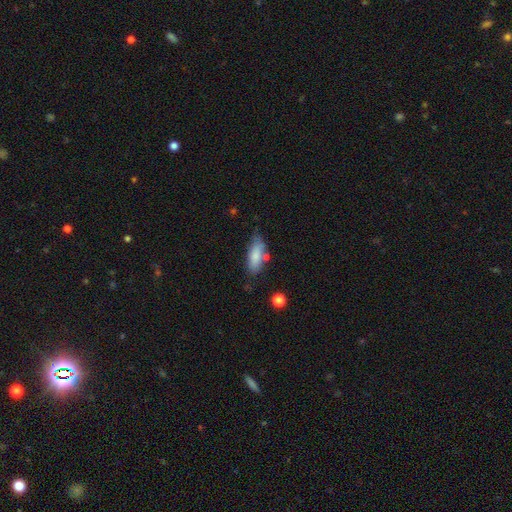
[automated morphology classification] smooth 79%, featured or disk 14%, star or artifact 7%. Down the decision tree: how rounded — in between (73%); merging — none (61%).